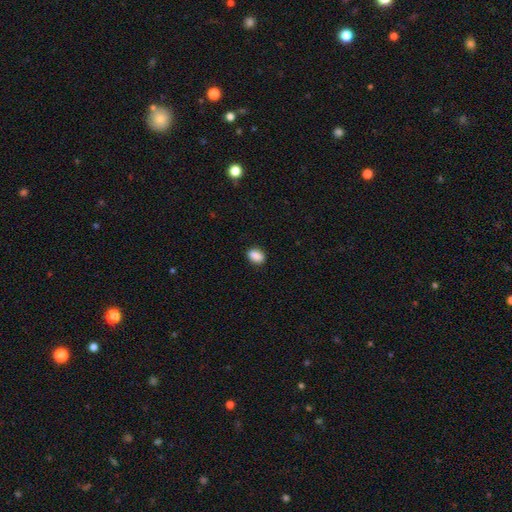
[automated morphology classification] smooth-or-featured: smooth: 89% | star or artifact: 8% | featured or disk: 3%
  how-rounded: in between: 79% | round: 19% | cigar-shaped: 2%
  merging: none: 87% | minor disturbance: 9% | major disturbance: 2% | merger: 1%